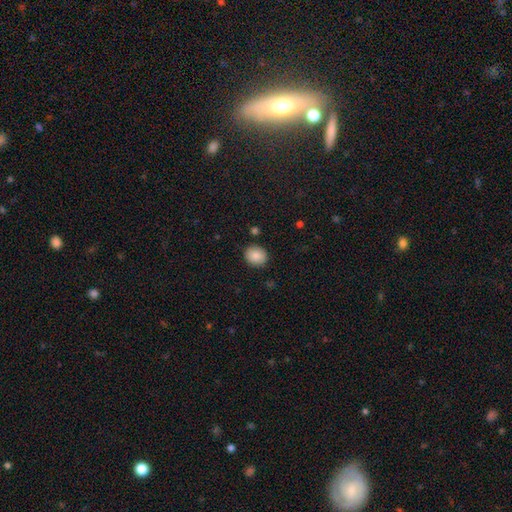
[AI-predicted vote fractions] smooth_or_featured: smooth (p=0.87) [alt: star or artifact p=0.08]
how_rounded: round (p=0.68) [alt: in between p=0.31]
merging: none (p=0.88) [alt: minor disturbance p=0.08]